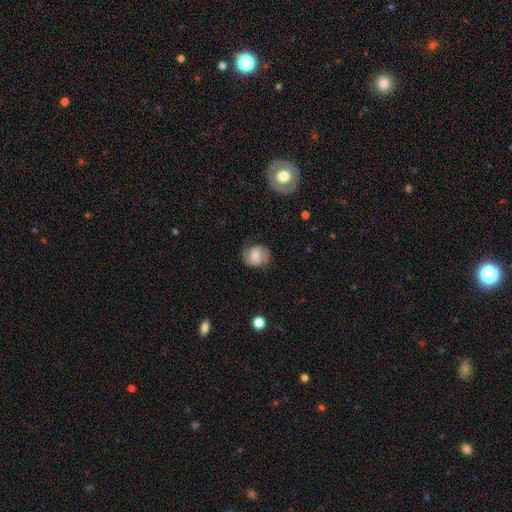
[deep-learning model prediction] Smooth or featured? Predicted: smooth (p=0.53). How rounded? Predicted: round (p=0.70). Merging? Predicted: none (p=0.71).